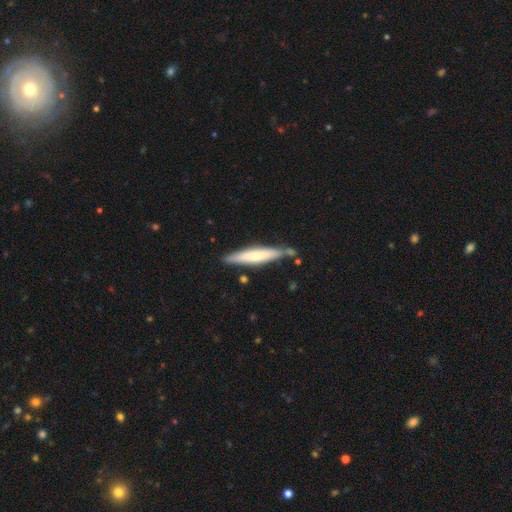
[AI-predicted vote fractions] Smooth or featured? Predicted: smooth (p=0.58). How rounded? Predicted: cigar-shaped (p=0.89). Merging? Predicted: none (p=0.74).